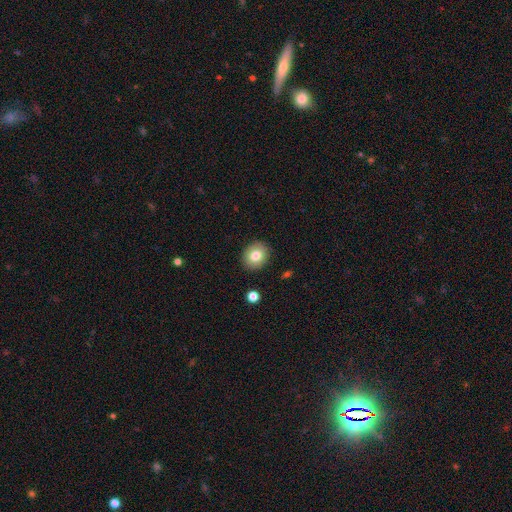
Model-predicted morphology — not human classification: type=smooth (79%); roundness=round (61%); merging=none (89%).